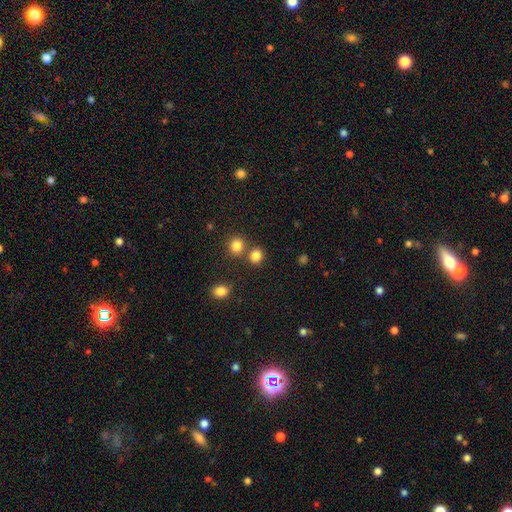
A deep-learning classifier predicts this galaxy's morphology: A smooth galaxy with no disk features (83%) that is round (77%). Merging: none (68%).